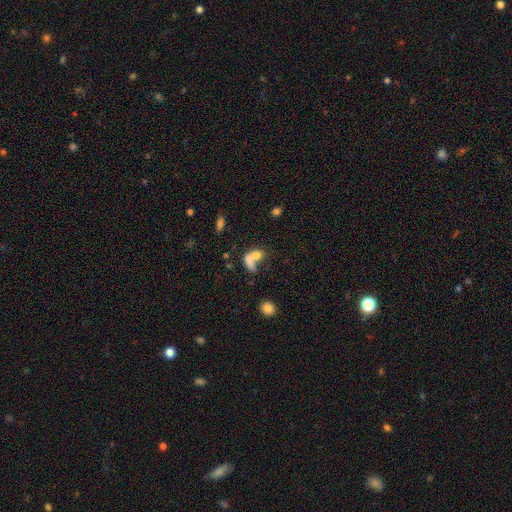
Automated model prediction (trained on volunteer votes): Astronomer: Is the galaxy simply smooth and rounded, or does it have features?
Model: smooth — 66%.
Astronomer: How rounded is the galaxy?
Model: in between — 63%.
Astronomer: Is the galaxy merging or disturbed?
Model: merger — 62%.